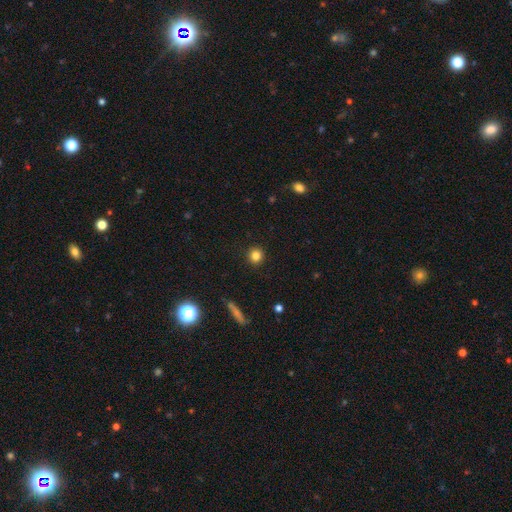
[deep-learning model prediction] Smooth or featured: smooth — 83% (star or artifact — 12%)
How rounded: round — 93% (in between — 6%)
Merging: none — 92% (minor disturbance — 5%)